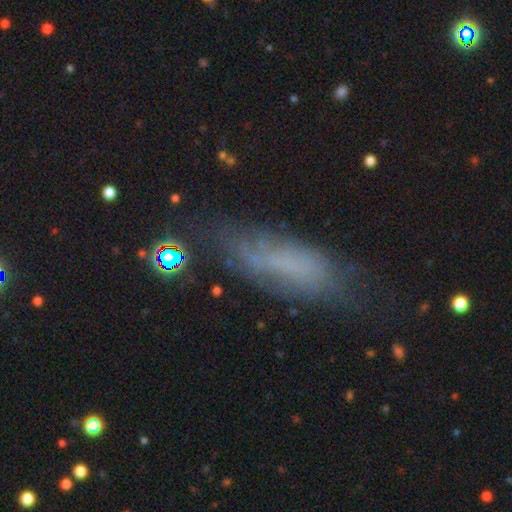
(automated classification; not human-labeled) smooth_or_featured: smooth (p=0.50) [alt: featured or disk p=0.34]
how_rounded: in between (p=0.56) [alt: cigar-shaped p=0.40]
merging: none (p=0.56) [alt: minor disturbance p=0.26]